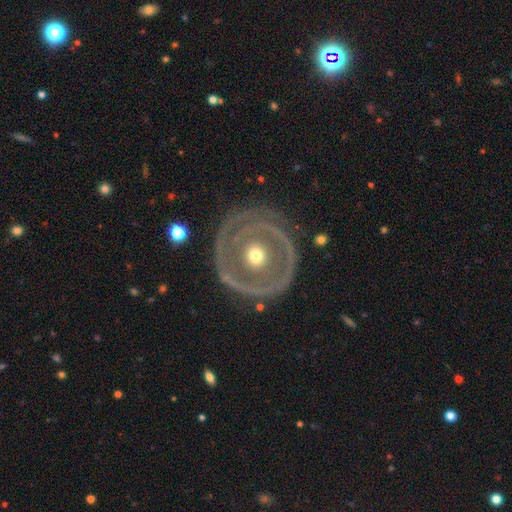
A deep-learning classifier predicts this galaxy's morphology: A featured or disk galaxy (69%) with no bar (88%), no spiral arms (70%) and a moderate central bulge (67%).

Vote fractions:
- Smooth or featured? featured or disk: 69% / smooth: 26% / star or artifact: 5%
- Edge-on disk? no: 96% / yes: 4%
- Bar? no: 88% / weak: 8% / strong: 5%
- Spiral arms? no: 70% / yes: 30%
- Bulge size? moderate: 67% / small: 23% / large: 7% / dominant: 1% / none: 1%
- Merging? none: 72% / minor disturbance: 14% / major disturbance: 11% / merger: 3%